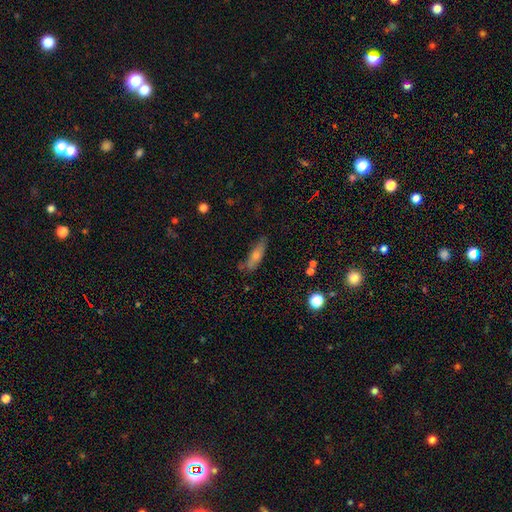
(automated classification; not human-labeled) The model was most divided on "smooth or featured": smooth: 57%, featured or disk: 32%, star or artifact: 11%. More confident: merging — none (71%); how rounded — cigar-shaped (62%).